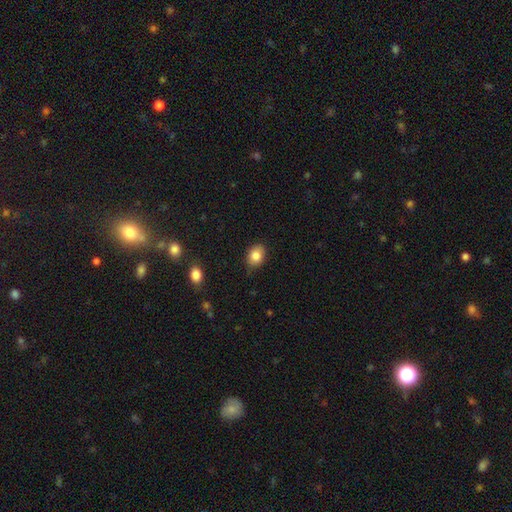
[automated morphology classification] smooth 84%, star or artifact 9%, featured or disk 7%. Down the decision tree: how rounded — in between (64%); merging — none (79%).